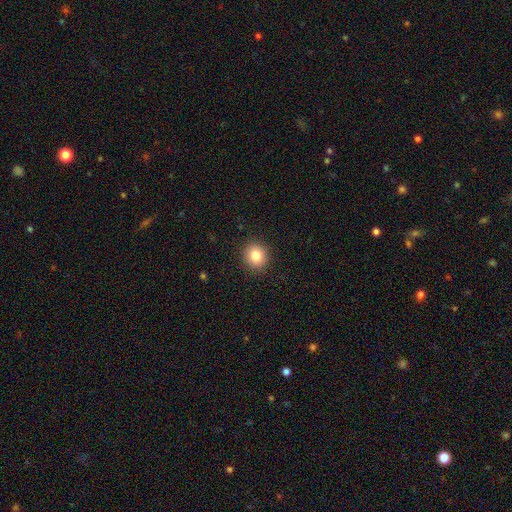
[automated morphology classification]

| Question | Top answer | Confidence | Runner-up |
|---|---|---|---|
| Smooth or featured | smooth | 83% | star or artifact (10%) |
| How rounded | round | 87% | in between (12%) |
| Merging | none | 92% | minor disturbance (6%) |